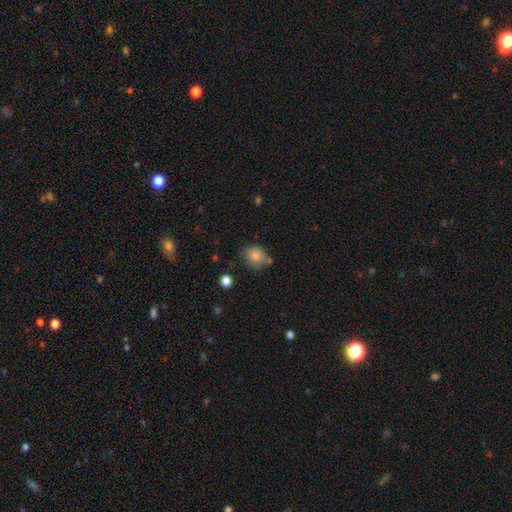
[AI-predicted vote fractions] smooth-or-featured: smooth: 82% | star or artifact: 10% | featured or disk: 8%
  how-rounded: round: 64% | in between: 35% | cigar-shaped: 1%
  merging: none: 62% | minor disturbance: 22% | merger: 10% | major disturbance: 6%